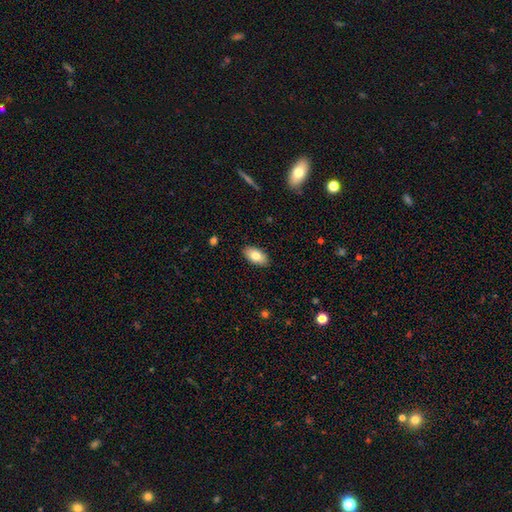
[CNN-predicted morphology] This appears to be a smooth galaxy with no disk features (79%) that is in between round and cigar-shaped (93%). Merging: none (88%).